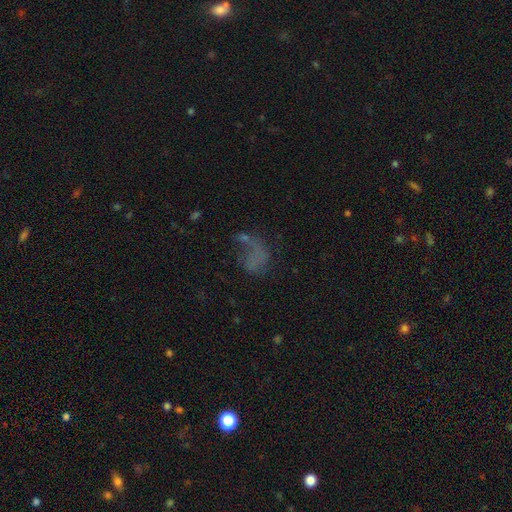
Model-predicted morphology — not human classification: Smooth or featured? Predicted: smooth (p=0.42). Merging? Predicted: major disturbance (p=0.38).